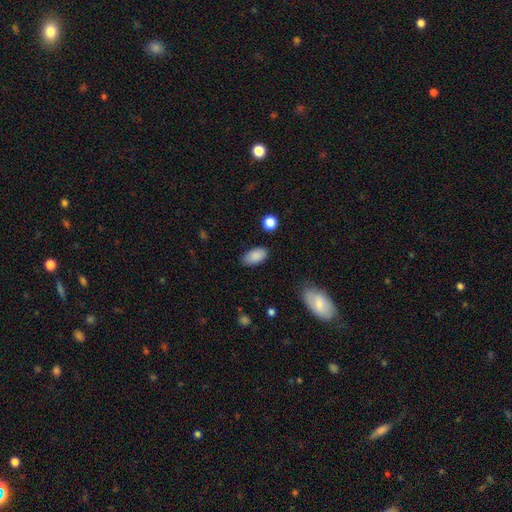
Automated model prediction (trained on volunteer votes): This appears to be a smooth galaxy with no disk features (88%) that is in between round and cigar-shaped (94%). Merging: none (82%).